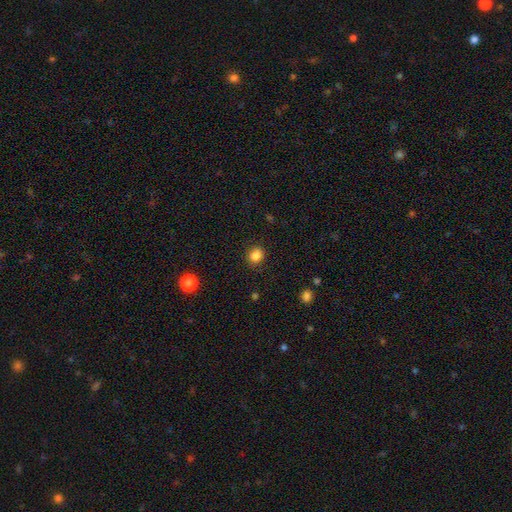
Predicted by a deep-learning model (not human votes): Overall: smooth (85%). How rounded: round (73%). Merging: none (88%).